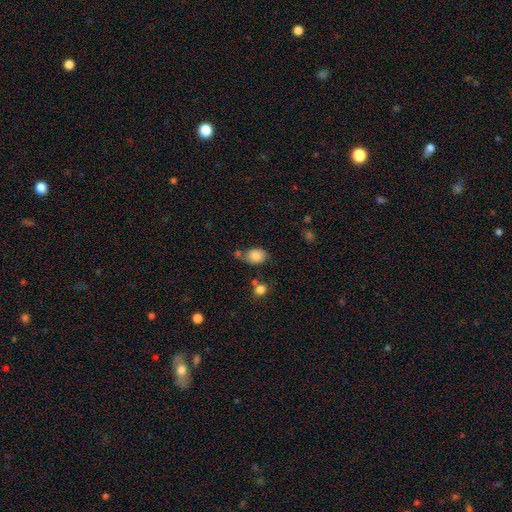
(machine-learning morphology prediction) A smooth galaxy with no disk features (82%) that is in between round and cigar-shaped (66%).

Vote fractions:
- Smooth or featured? smooth: 82% / star or artifact: 9% / featured or disk: 9%
- How rounded? in between: 66% / round: 32% / cigar-shaped: 1%
- Merging? none: 56% / minor disturbance: 22% / merger: 15% / major disturbance: 7%